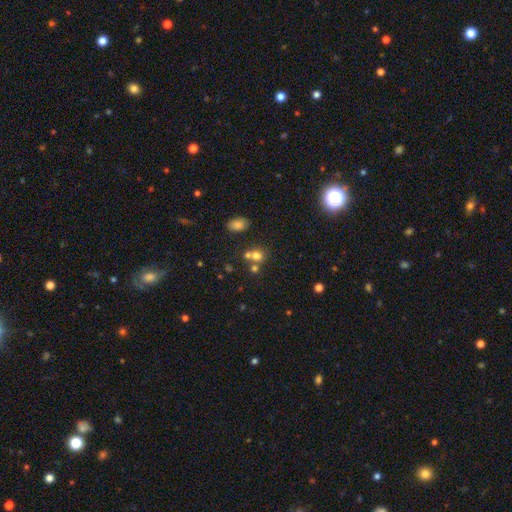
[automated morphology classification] smooth-or-featured: smooth: 70% | star or artifact: 18% | featured or disk: 12%
  how-rounded: round: 72% | in between: 27% | cigar-shaped: 1%
  merging: none: 46% | merger: 41% | minor disturbance: 9% | major disturbance: 4%